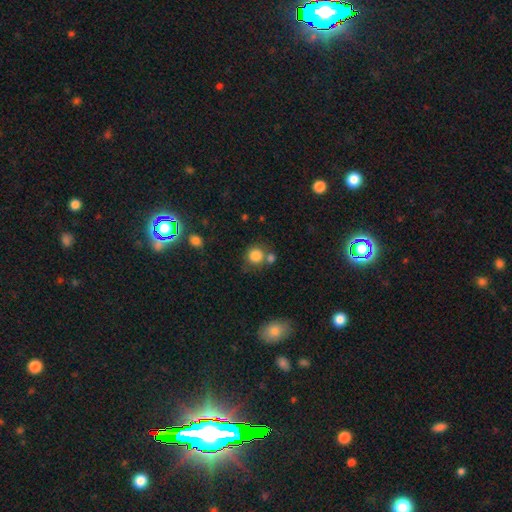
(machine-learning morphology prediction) Smooth or featured? Predicted: smooth (p=0.83). How rounded? Predicted: round (p=0.88). Merging? Predicted: none (p=0.61).